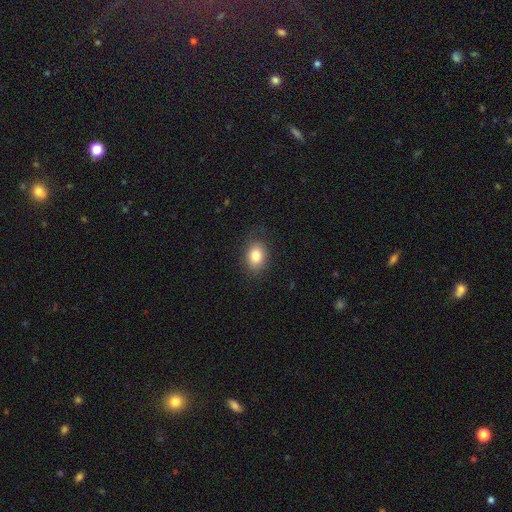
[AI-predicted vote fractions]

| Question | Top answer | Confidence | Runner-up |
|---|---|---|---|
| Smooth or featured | smooth | 83% | star or artifact (9%) |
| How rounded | in between | 69% | round (30%) |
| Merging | none | 82% | minor disturbance (13%) |